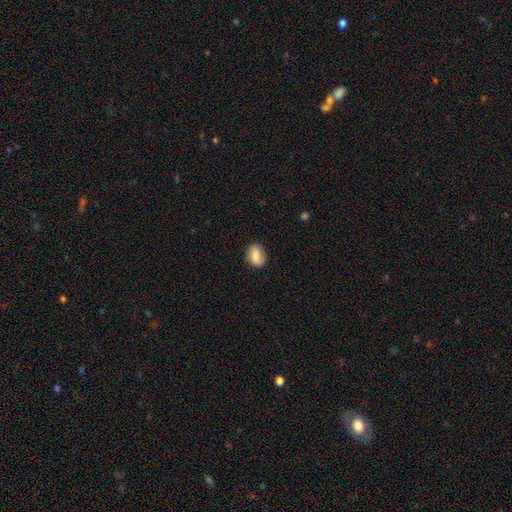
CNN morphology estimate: Smooth or featured? smooth (75%)
How rounded? in between (64%)
Merging? none (79%)